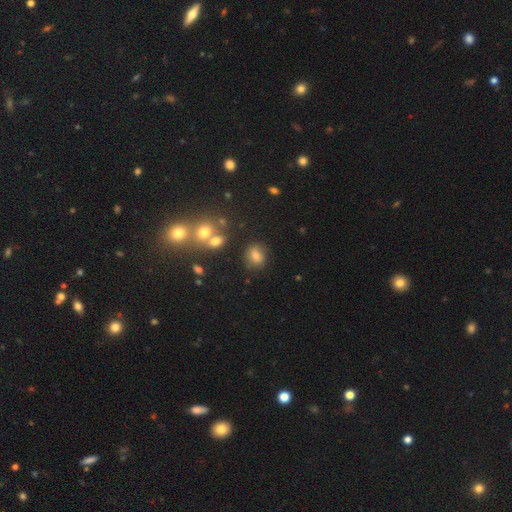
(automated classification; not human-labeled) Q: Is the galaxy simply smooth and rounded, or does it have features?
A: smooth — 74%.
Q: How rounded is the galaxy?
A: round — 56%.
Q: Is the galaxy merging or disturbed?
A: none — 76%.